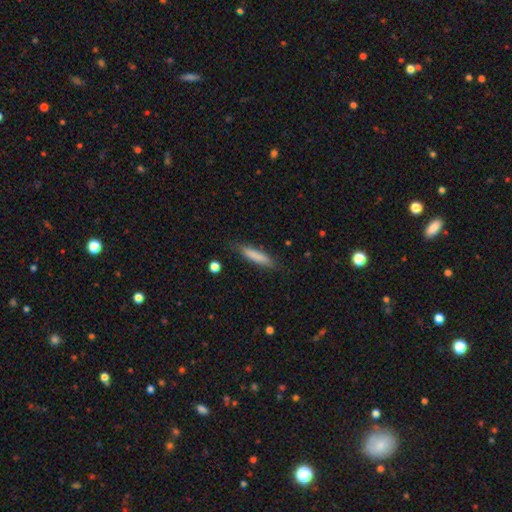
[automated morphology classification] Smooth or featured? Predicted: smooth (p=0.81). How rounded? Predicted: cigar-shaped (p=0.81). Merging? Predicted: none (p=0.82).